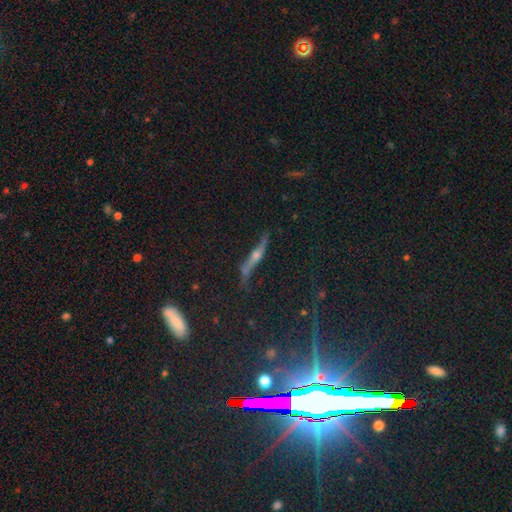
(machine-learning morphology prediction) smooth_or_featured: featured or disk (p=0.43) [alt: star or artifact p=0.39]
merging: none (p=0.73) [alt: minor disturbance p=0.14]